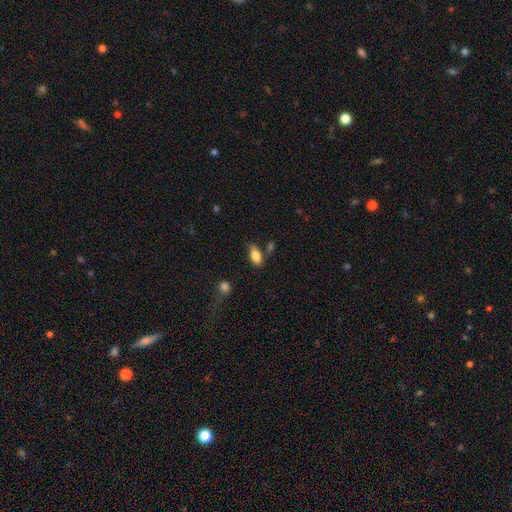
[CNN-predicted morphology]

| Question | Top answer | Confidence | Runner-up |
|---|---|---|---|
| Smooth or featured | smooth | 83% | featured or disk (9%) |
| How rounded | in between | 87% | cigar-shaped (10%) |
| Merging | none | 67% | minor disturbance (20%) |